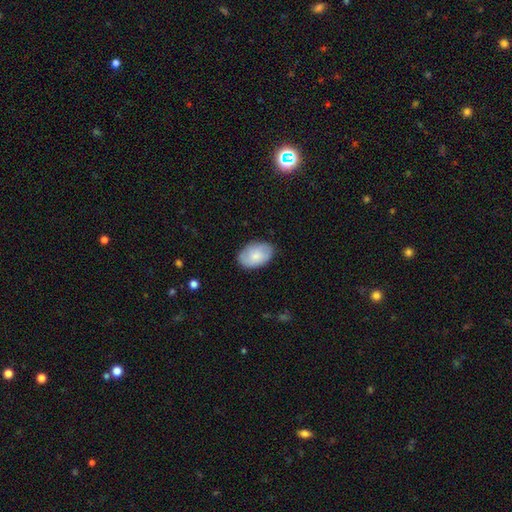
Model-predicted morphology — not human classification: Smooth or featured: smooth — 67% (featured or disk — 26%)
How rounded: in between — 87% (round — 12%)
Merging: none — 81% (minor disturbance — 15%)